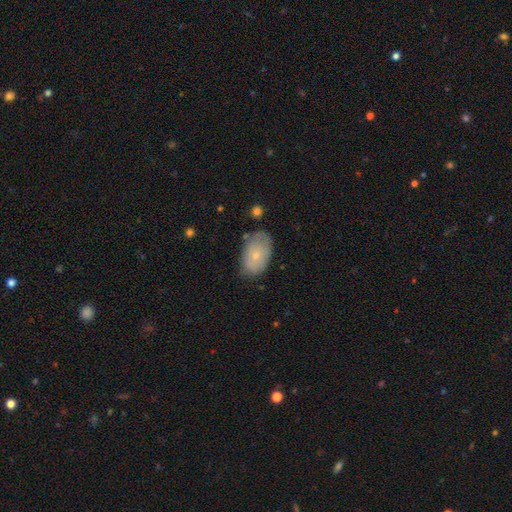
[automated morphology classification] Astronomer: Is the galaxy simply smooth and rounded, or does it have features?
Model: smooth — 63%.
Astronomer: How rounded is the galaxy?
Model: in between — 89%.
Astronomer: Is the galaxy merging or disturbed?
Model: none — 67%.